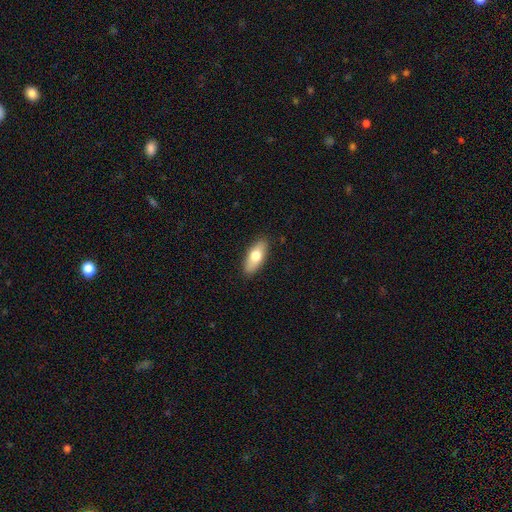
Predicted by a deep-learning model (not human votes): smooth 71%, featured or disk 22%, star or artifact 6%. Down the decision tree: how rounded — in between (79%); merging — none (88%).